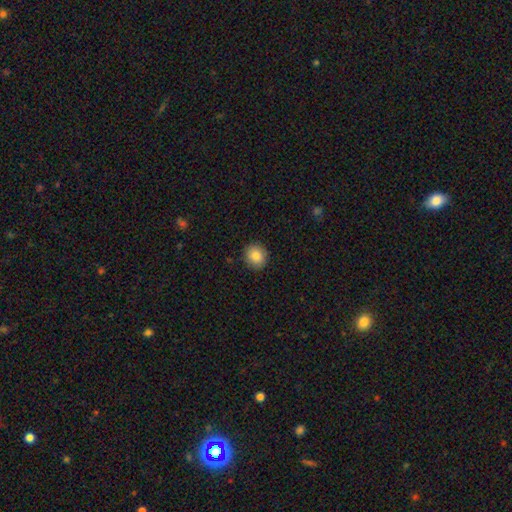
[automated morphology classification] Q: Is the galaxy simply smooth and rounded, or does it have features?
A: smooth — 85%.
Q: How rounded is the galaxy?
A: round — 84%.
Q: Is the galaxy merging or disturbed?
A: none — 90%.